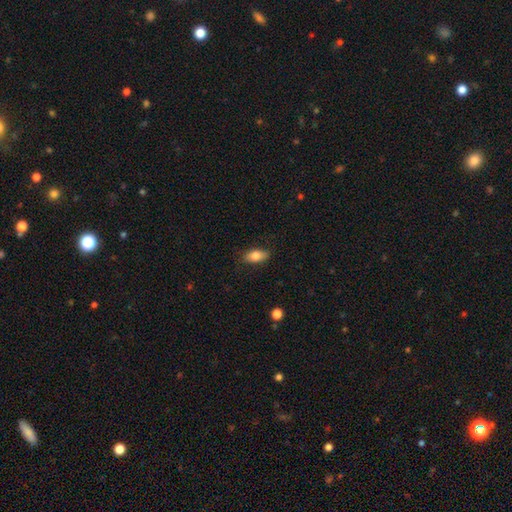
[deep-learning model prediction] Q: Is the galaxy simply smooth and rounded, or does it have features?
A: smooth — 79%.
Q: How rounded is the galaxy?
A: in between — 87%.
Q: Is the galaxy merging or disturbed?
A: none — 86%.